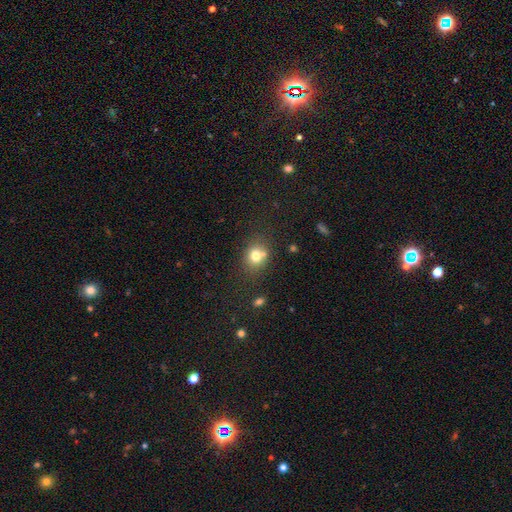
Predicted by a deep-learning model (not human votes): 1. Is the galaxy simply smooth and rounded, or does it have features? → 75% smooth, 13% star or artifact, 13% featured or disk.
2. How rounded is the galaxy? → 66% round, 33% in between, 1% cigar-shaped.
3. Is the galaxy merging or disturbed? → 61% none, 21% merger, 13% minor disturbance, 4% major disturbance.